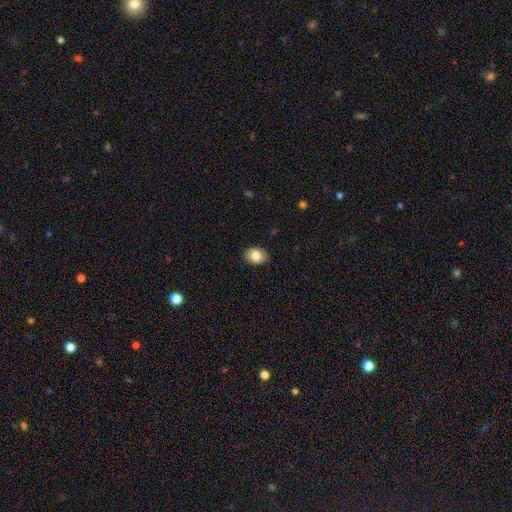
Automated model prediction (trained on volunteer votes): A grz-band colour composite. It shows a smooth galaxy with no disk features (83%) that is in between round and cigar-shaped (70%). Merging: none (88%).